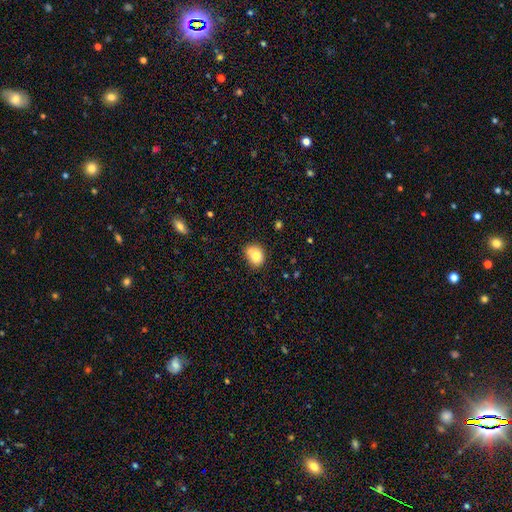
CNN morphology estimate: Smooth or featured: smooth — 77% (featured or disk — 13%)
How rounded: in between — 51% (round — 48%)
Merging: none — 55% (minor disturbance — 24%)